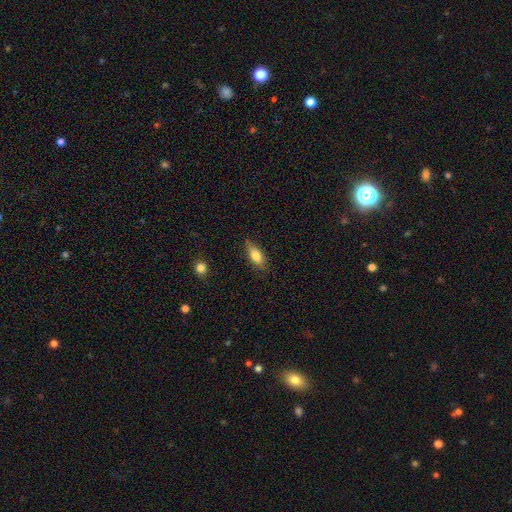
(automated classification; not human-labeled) This is likely a smooth galaxy (76%). How rounded: likely in between (74%). Merging: likely none (77%).